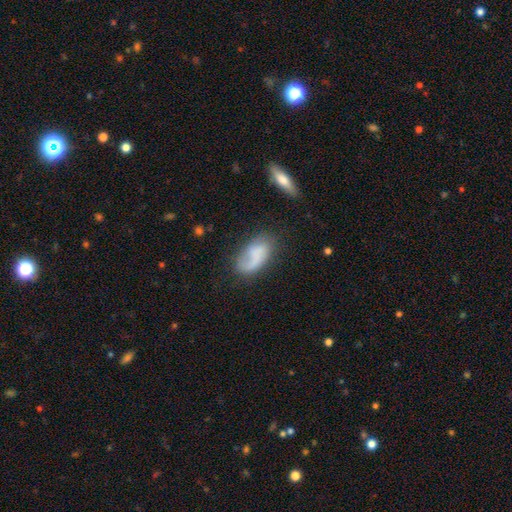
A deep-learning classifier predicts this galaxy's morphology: This is possibly a smooth galaxy (56%). How rounded: clearly in between (91%). Merging: possibly none (49%).